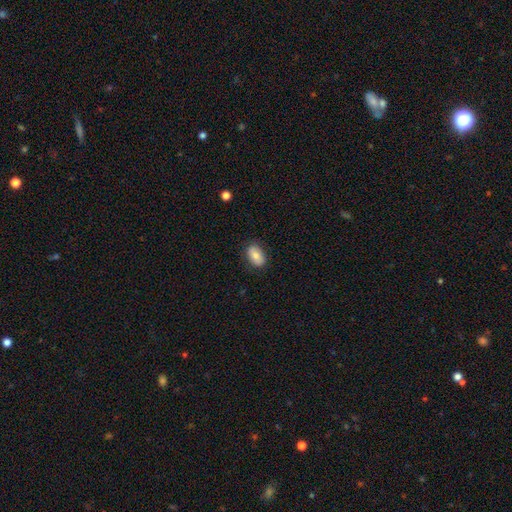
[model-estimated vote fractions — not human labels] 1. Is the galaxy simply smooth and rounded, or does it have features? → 79% smooth, 14% featured or disk, 7% star or artifact.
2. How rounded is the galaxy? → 89% in between, 9% round, 2% cigar-shaped.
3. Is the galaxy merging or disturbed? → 83% none, 13% minor disturbance, 3% major disturbance, 1% merger.